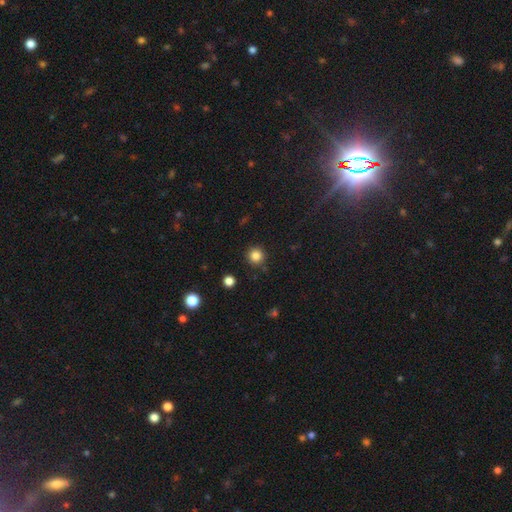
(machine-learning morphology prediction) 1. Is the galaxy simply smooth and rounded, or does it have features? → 84% smooth, 12% star or artifact, 4% featured or disk.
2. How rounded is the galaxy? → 95% round, 4% in between, 1% cigar-shaped.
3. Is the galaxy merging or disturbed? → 89% none, 7% minor disturbance, 2% merger, 2% major disturbance.